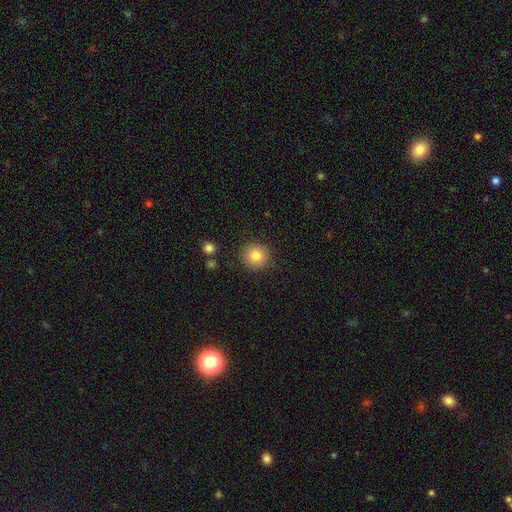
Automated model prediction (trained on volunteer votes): Smooth or featured: smooth — 85% (star or artifact — 10%)
How rounded: round — 93% (in between — 7%)
Merging: none — 89% (minor disturbance — 7%)